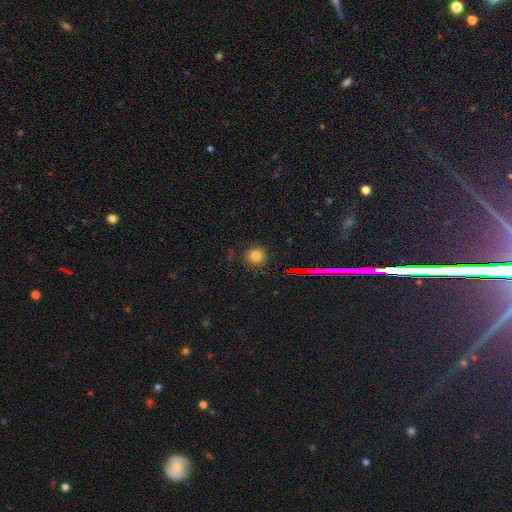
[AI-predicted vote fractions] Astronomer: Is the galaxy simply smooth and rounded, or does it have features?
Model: smooth — 78%.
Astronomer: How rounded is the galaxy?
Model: round — 92%.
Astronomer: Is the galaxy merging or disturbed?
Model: none — 85%.